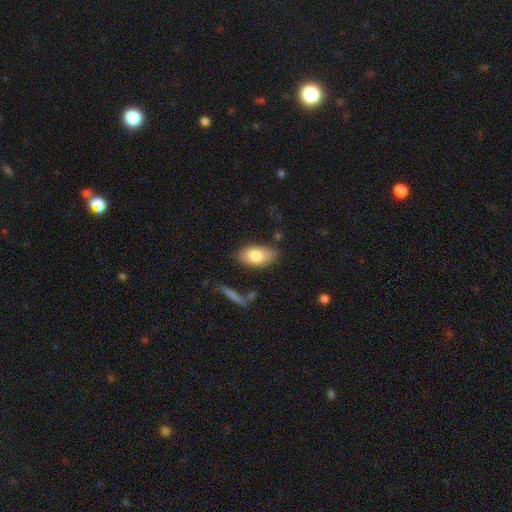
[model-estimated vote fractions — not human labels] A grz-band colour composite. It shows a smooth galaxy with no disk features (79%) that is in between round and cigar-shaped (92%). Merging: none (79%).